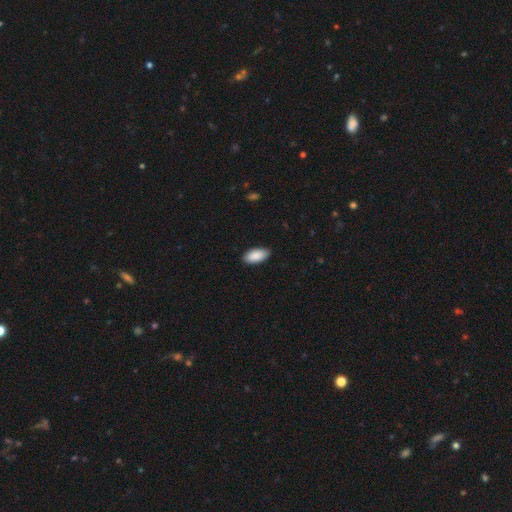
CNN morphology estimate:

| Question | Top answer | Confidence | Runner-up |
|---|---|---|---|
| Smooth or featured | smooth | 90% | star or artifact (6%) |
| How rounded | in between | 93% | cigar-shaped (5%) |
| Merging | none | 88% | minor disturbance (9%) |